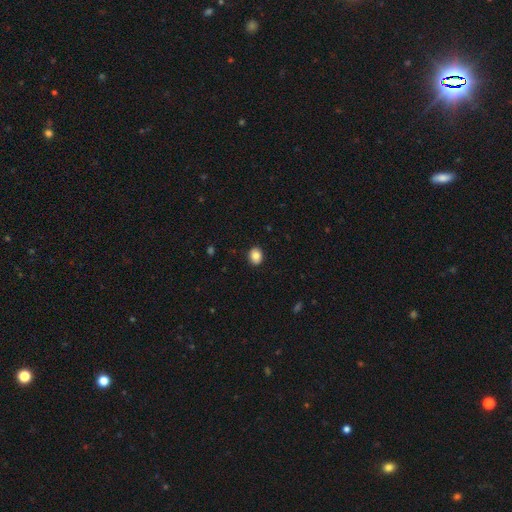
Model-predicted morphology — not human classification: Smooth or featured: smooth — 85% (star or artifact — 9%)
How rounded: round — 56% (in between — 43%)
Merging: none — 91% (minor disturbance — 7%)